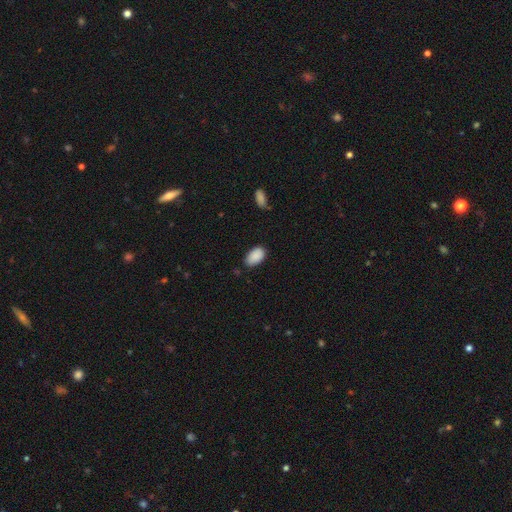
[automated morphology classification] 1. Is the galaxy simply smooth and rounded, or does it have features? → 89% smooth, 7% star or artifact, 4% featured or disk.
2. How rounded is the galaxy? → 93% in between, 5% round, 1% cigar-shaped.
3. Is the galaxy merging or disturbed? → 73% none, 22% minor disturbance, 3% major disturbance, 2% merger.